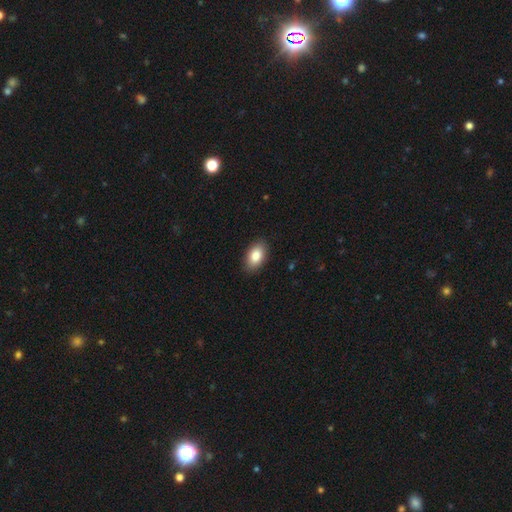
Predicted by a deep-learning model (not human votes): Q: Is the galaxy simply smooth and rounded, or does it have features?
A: smooth — 84%.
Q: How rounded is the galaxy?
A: in between — 93%.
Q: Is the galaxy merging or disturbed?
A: none — 89%.